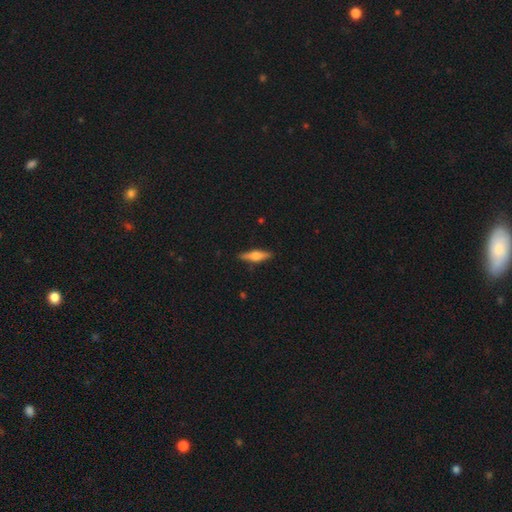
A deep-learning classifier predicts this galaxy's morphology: Smooth or featured?
  - featured or disk: 50% *
  - smooth: 44%
  - star or artifact: 6%
Merging?
  - none: 89% *
  - minor disturbance: 8%
  - major disturbance: 2%
  - merger: 1%